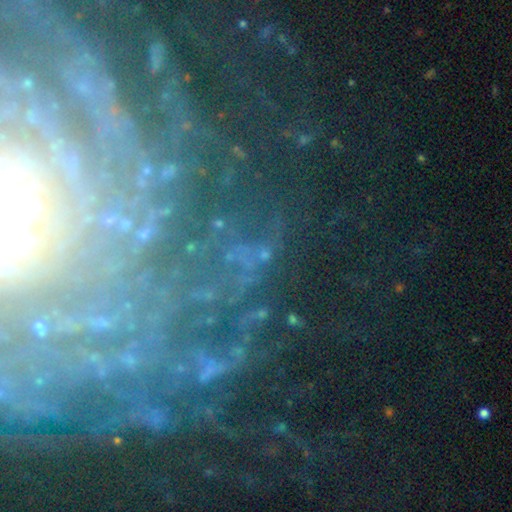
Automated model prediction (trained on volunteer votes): Smooth or featured?
  - featured or disk: 59% *
  - star or artifact: 30%
  - smooth: 12%
Edge-on disk?
  - no: 92% *
  - yes: 8%
Bar?
  - no: 55% *
  - weak: 24%
  - strong: 21%
Spiral arms?
  - yes: 87% *
  - no: 13%
Bulge size?
  - small: 64% *
  - moderate: 16%
  - none: 13%
  - large: 4%
  - dominant: 3%
Merging?
  - none: 70% *
  - minor disturbance: 15%
  - major disturbance: 11%
  - merger: 4%